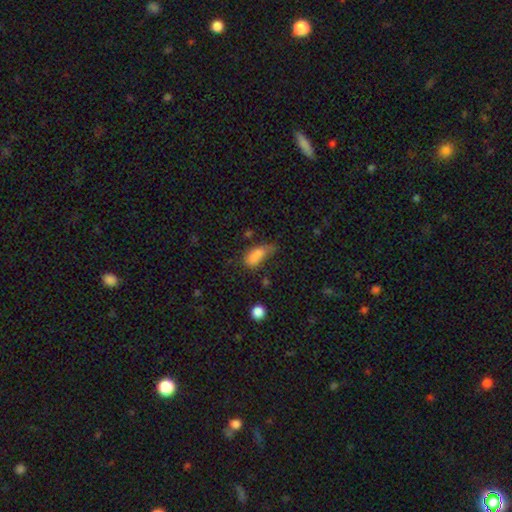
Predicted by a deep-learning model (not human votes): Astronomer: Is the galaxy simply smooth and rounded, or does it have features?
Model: smooth — 78%.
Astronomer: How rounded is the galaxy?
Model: in between — 83%.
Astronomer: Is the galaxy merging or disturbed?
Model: minor disturbance — 35% (runner-up: none, 32%).